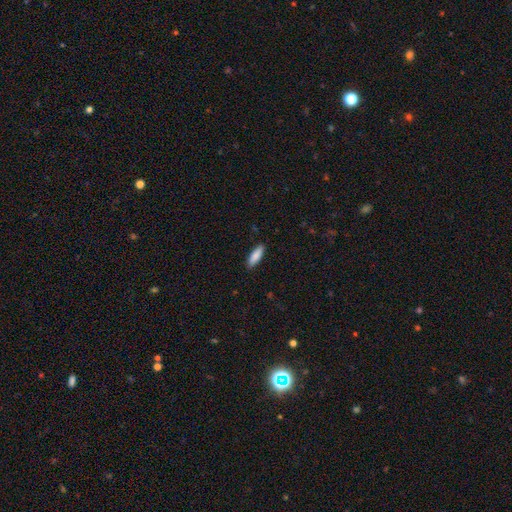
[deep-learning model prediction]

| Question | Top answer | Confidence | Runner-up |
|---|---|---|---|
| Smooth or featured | smooth | 87% | featured or disk (7%) |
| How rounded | in between | 54% | cigar-shaped (45%) |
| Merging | none | 89% | minor disturbance (8%) |